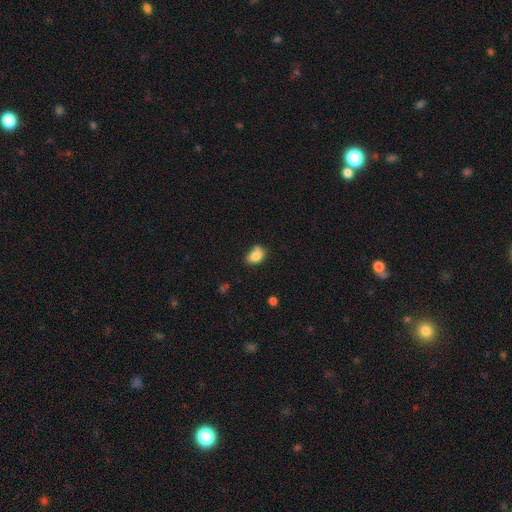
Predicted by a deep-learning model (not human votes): Smooth or featured: smooth — 81% (featured or disk — 10%)
How rounded: in between — 74% (round — 25%)
Merging: none — 52% (minor disturbance — 30%)